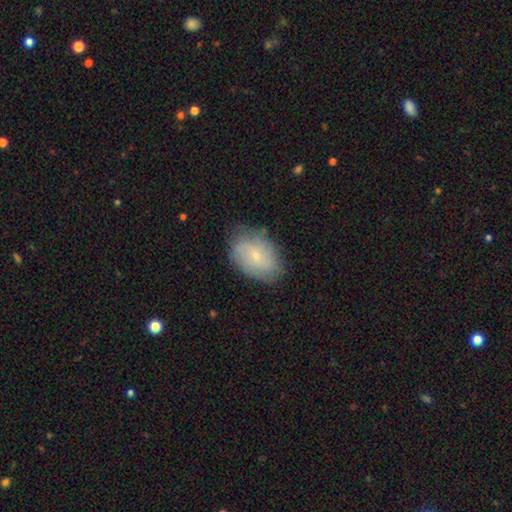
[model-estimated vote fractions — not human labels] Smooth or featured?
  - smooth: 56% *
  - featured or disk: 36%
  - star or artifact: 8%
How rounded?
  - in between: 87% *
  - round: 11%
  - cigar-shaped: 1%
Merging?
  - none: 73% *
  - minor disturbance: 21%
  - major disturbance: 5%
  - merger: 1%